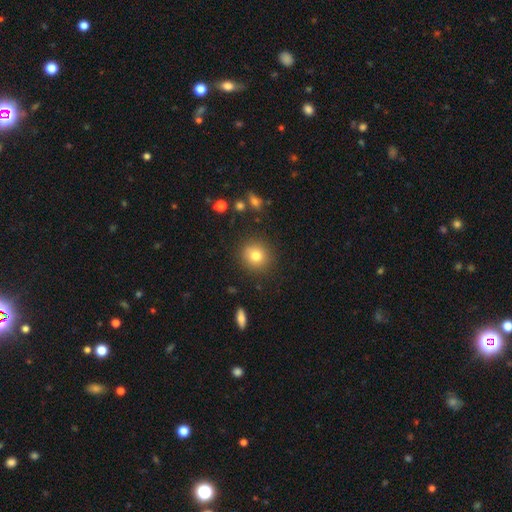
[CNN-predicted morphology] A smooth galaxy with no disk features (79%) that is round (88%).

Vote fractions:
- Smooth or featured? smooth: 79% / star or artifact: 11% / featured or disk: 9%
- How rounded? round: 88% / in between: 11% / cigar-shaped: 1%
- Merging? none: 88% / minor disturbance: 8% / major disturbance: 3% / merger: 2%